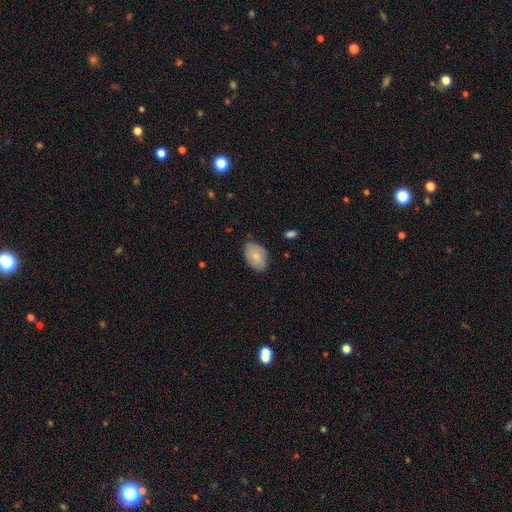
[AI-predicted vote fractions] smooth-or-featured: smooth: 75% | featured or disk: 18% | star or artifact: 7%
  how-rounded: in between: 88% | round: 11% | cigar-shaped: 1%
  merging: none: 76% | minor disturbance: 19% | major disturbance: 3% | merger: 1%